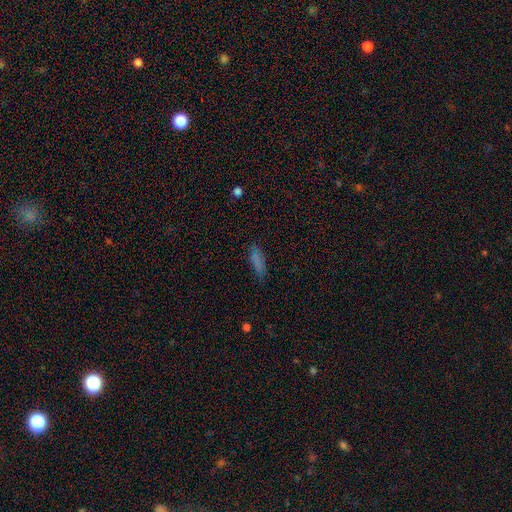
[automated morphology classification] This appears to be a smooth galaxy with no disk features (71%) that is cigar-shaped (51%). Merging: none (74%).